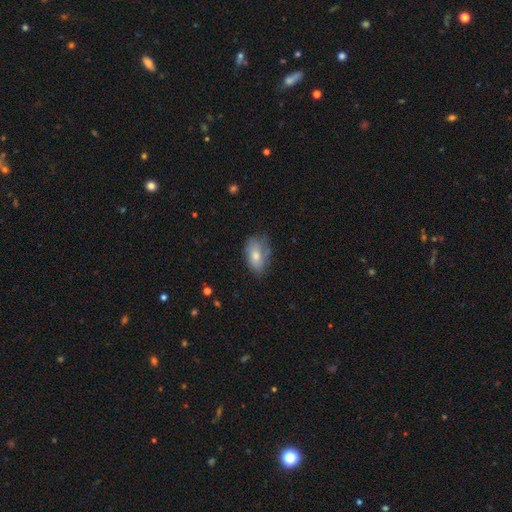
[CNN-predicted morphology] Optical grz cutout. It shows a smooth galaxy with no disk features (70%) that is in between round and cigar-shaped (89%). Merging: none (57%).